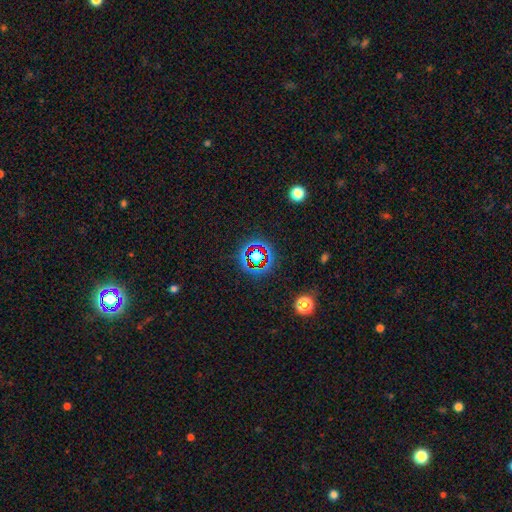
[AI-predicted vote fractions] This appears to be a star or artifact, not a galaxy (69%).